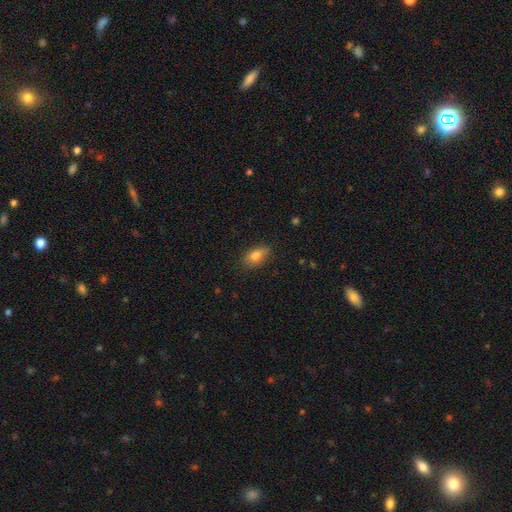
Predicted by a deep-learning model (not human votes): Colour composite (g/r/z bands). It shows a smooth galaxy with no disk features (75%) that is in between round and cigar-shaped (84%). Merging: none (76%).